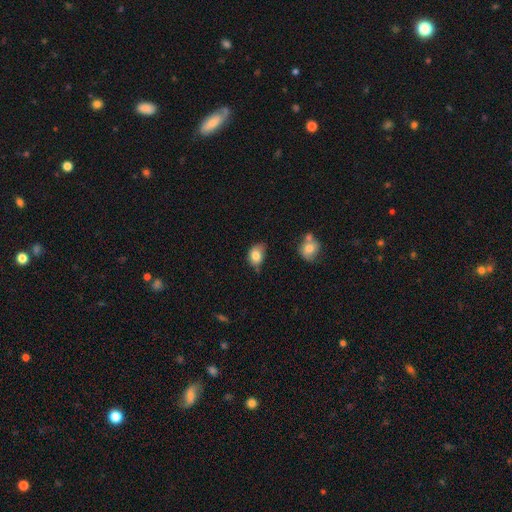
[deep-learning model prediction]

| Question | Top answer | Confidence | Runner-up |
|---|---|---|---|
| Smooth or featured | smooth | 79% | featured or disk (12%) |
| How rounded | in between | 70% | round (28%) |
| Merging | none | 42% | tied: minor disturbance (42%) |